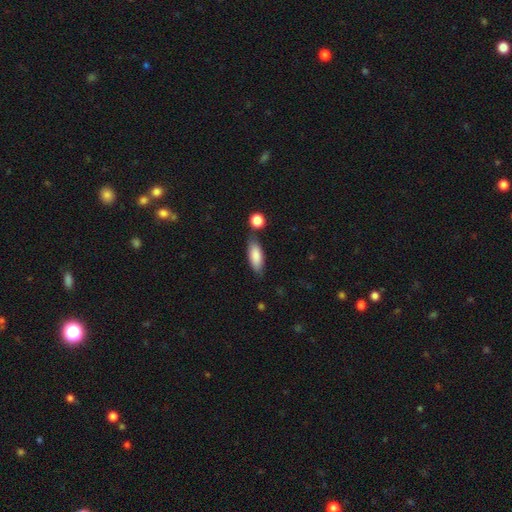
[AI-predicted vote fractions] This appears to be a smooth galaxy with no disk features (85%) that is in between round and cigar-shaped (73%). Merging: none (71%).